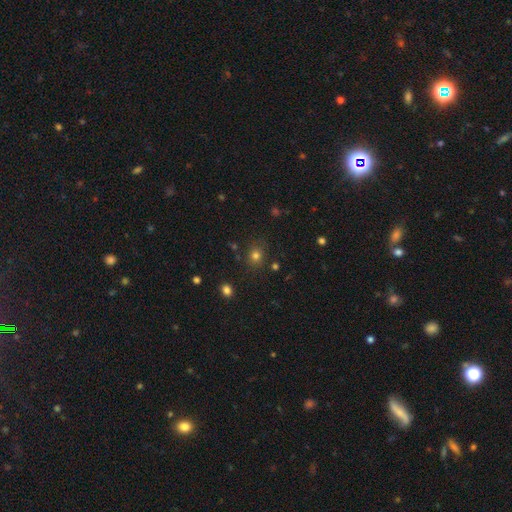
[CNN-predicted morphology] Overall: smooth (76%). How rounded: round (75%). Merging: none (83%).